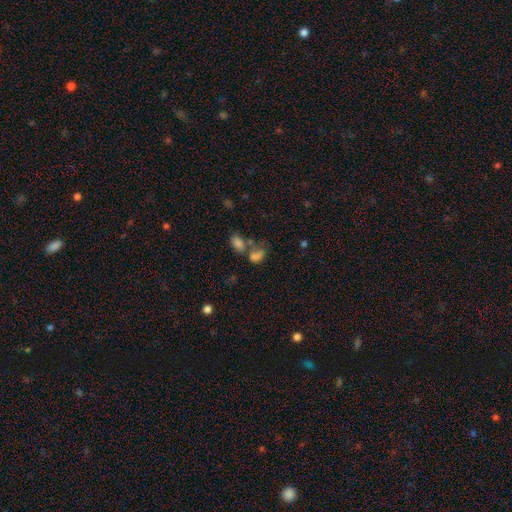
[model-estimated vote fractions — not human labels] Smooth or featured: smooth — 70% (star or artifact — 16%)
How rounded: in between — 84% (round — 13%)
Merging: merger — 48% (none — 25%)